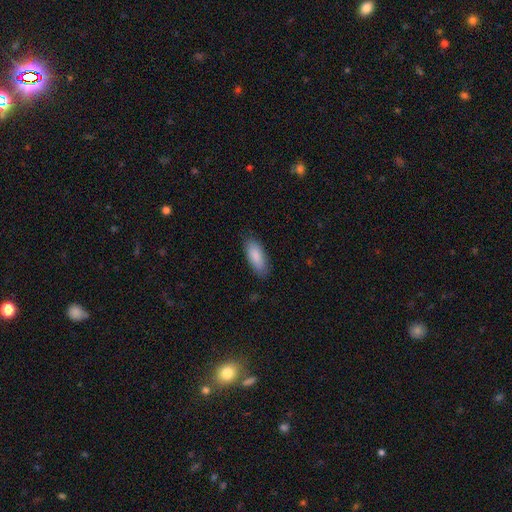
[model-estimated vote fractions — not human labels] A smooth galaxy with no disk features (88%) that is in between round and cigar-shaped (78%). Merging: none (84%).